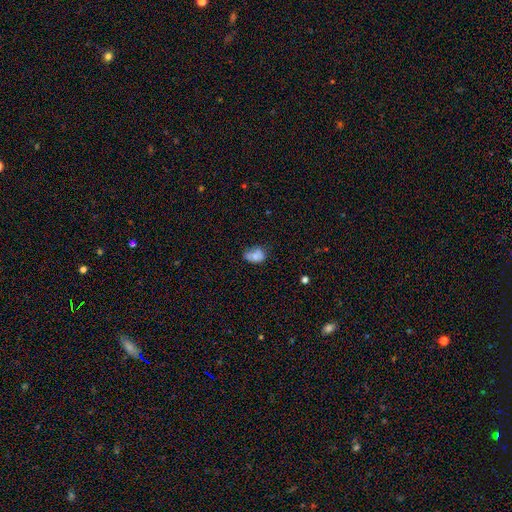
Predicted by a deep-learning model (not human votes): smooth_or_featured: smooth (p=0.70) [alt: featured or disk p=0.20]
how_rounded: in between (p=0.75) [alt: round p=0.24]
merging: none (p=0.43) [alt: minor disturbance p=0.33]